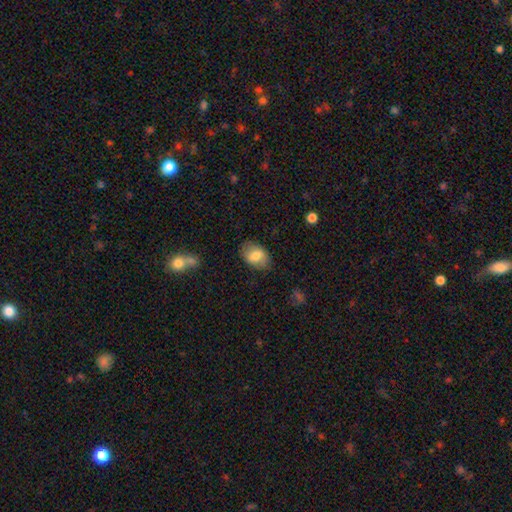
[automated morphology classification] Smooth or featured?
  - smooth: 74% *
  - featured or disk: 18%
  - star or artifact: 7%
How rounded?
  - in between: 82% *
  - round: 17%
  - cigar-shaped: 1%
Merging?
  - none: 78% *
  - minor disturbance: 16%
  - major disturbance: 4%
  - merger: 1%